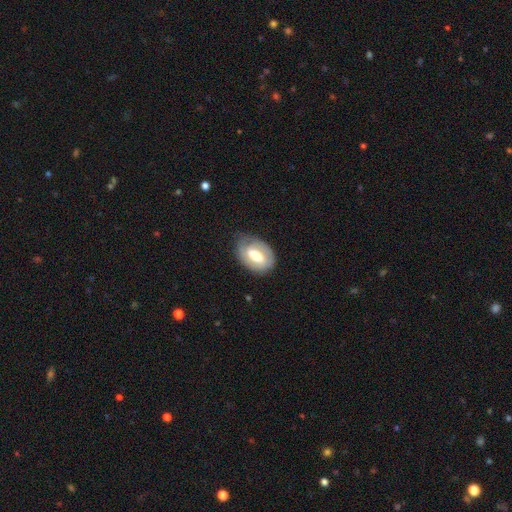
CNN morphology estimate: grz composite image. It shows a featured or disk galaxy (55%) with a weak bar (43%), spiral arms (59%) and a moderate central bulge (55%). Merging: none (69%).